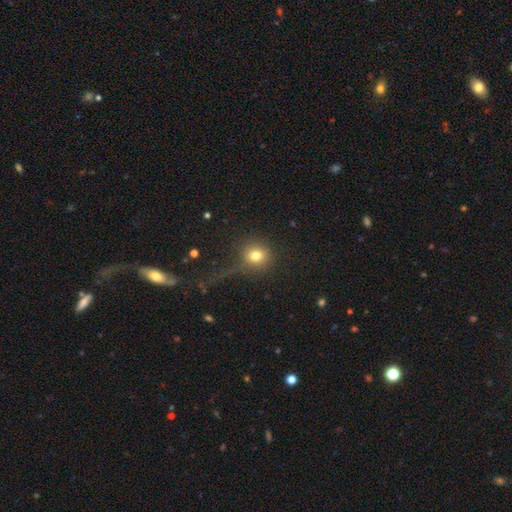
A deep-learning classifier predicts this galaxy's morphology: Smooth or featured? smooth (77%)
How rounded? round (87%)
Merging? none (65%)